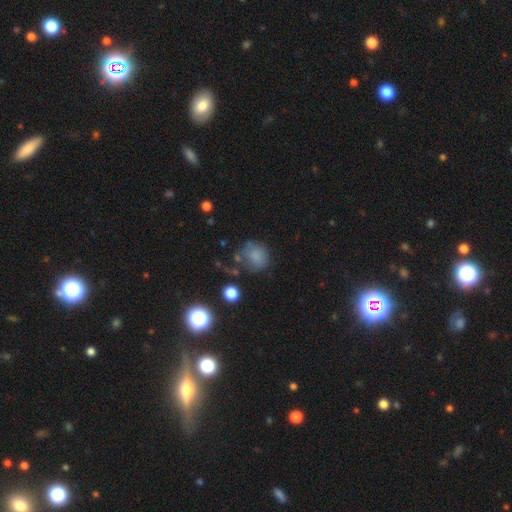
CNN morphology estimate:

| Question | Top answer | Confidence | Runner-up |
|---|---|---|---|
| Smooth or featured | smooth | 73% | featured or disk (14%) |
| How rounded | round | 74% | in between (25%) |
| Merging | none | 53% | minor disturbance (24%) |